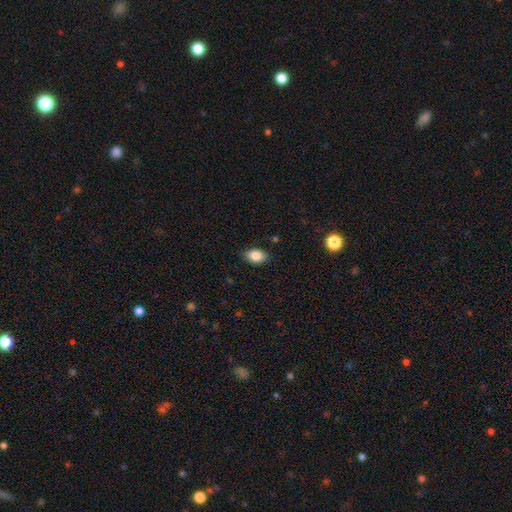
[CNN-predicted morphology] This appears to be a smooth galaxy with no disk features (86%) that is in between round and cigar-shaped (85%). Merging: none (85%).